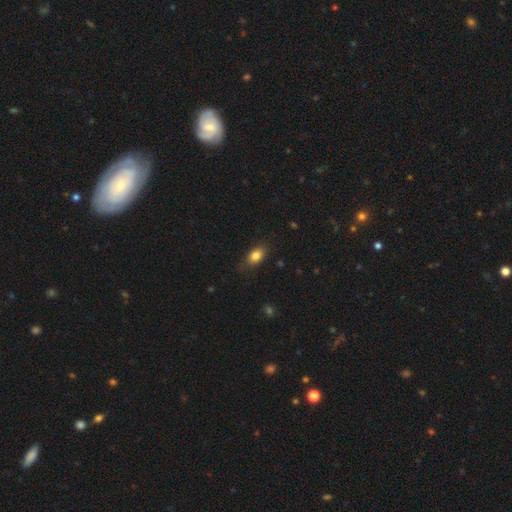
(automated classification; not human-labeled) Overall: smooth (83%). How rounded: in between (82%). Merging: none (78%).